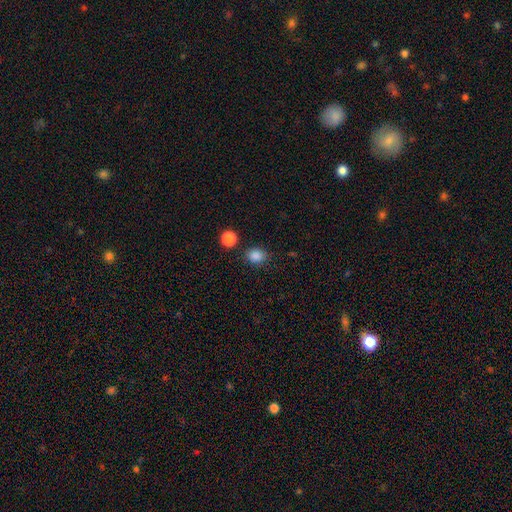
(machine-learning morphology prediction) Smooth or featured? smooth (85%)
How rounded? round (61%)
Merging? none (80%)